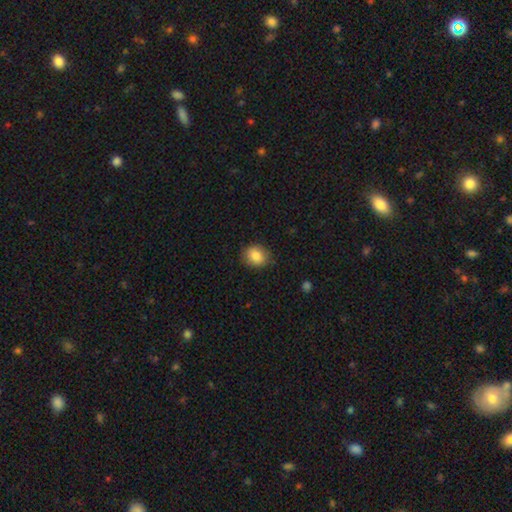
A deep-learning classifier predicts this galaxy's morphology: smooth-or-featured: smooth: 84% | star or artifact: 9% | featured or disk: 7%
  how-rounded: round: 59% | in between: 40% | cigar-shaped: 1%
  merging: none: 83% | minor disturbance: 13% | major disturbance: 3% | merger: 1%